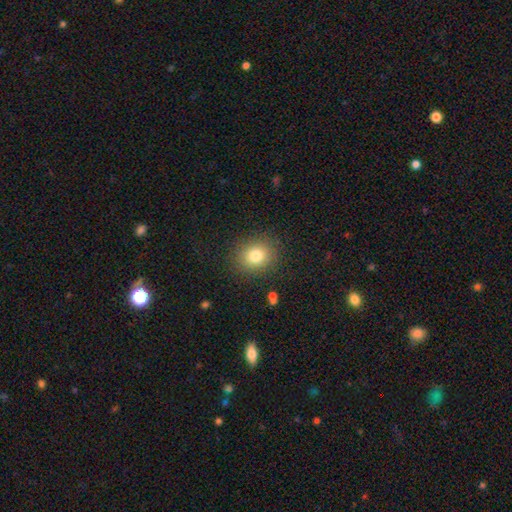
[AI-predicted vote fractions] smooth 80%, star or artifact 11%, featured or disk 9%. Down the decision tree: how rounded — round (65%); merging — none (87%).